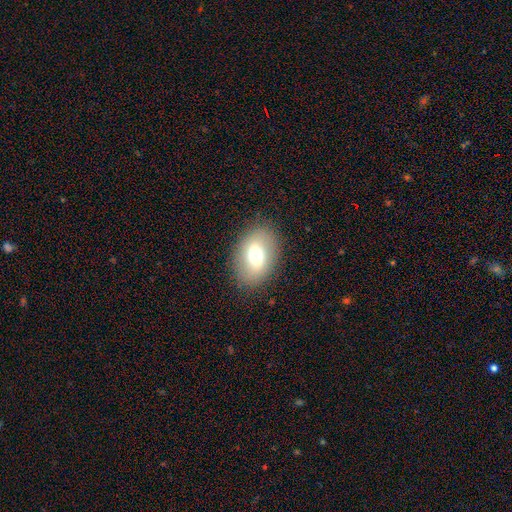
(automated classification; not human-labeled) smooth 62%, featured or disk 29%, star or artifact 10%. Down the decision tree: how rounded — in between (79%); merging — none (85%).